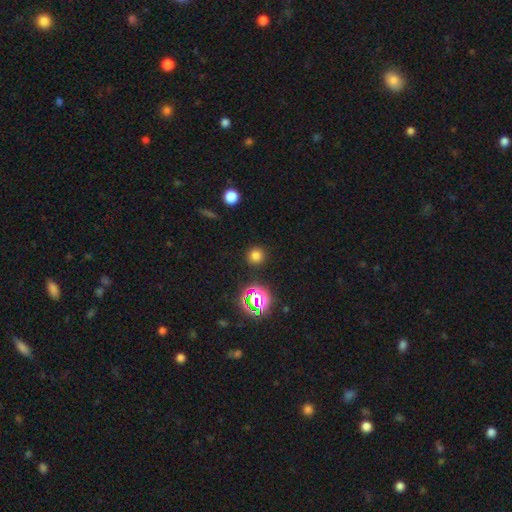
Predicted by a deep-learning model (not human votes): Smooth or featured: smooth — 72% (star or artifact — 23%)
How rounded: round — 93% (in between — 6%)
Merging: none — 89% (minor disturbance — 6%)